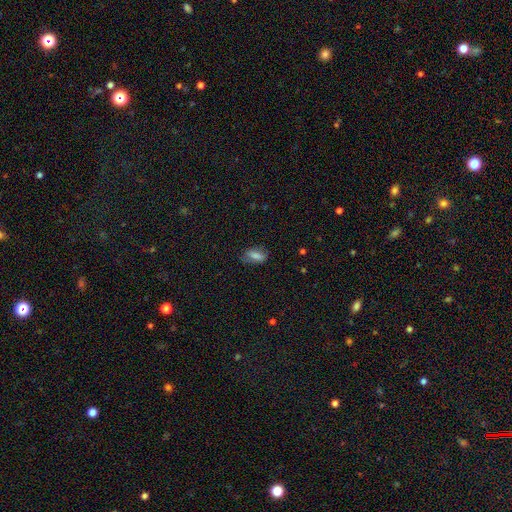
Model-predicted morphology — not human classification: Overall: smooth (70%). How rounded: in between (81%). Merging: none (71%).